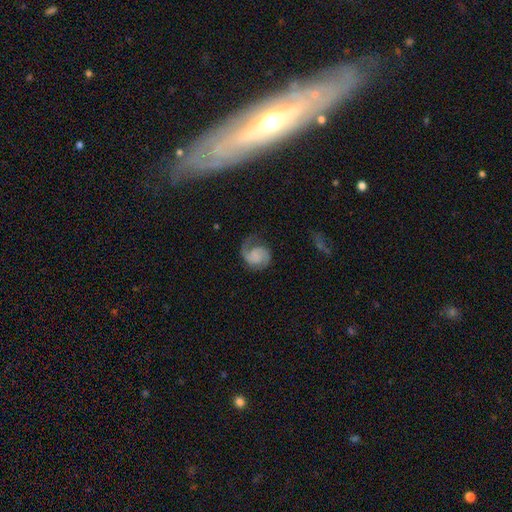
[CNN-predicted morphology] A featured or disk galaxy (82%) with no bar (64%), 2 (82%) medium (48%) spiral arms (97%) and no central bulge (63%).

Vote fractions:
- Smooth or featured? featured or disk: 82% / smooth: 12% / star or artifact: 6%
- Edge-on disk? no: 98% / yes: 2%
- Bar? no: 64% / weak: 30% / strong: 6%
- Spiral arms? yes: 97% / no: 3%
- Spiral winding? medium: 48% / tight: 31% / loose: 21%
- Spiral arm count? 2: 82% / 1: 12% / can't tell: 3% / 3: 1% / 4: 1% / more than 4: 1%
- Bulge size? none: 63% / small: 18% / moderate: 10% / large: 6% / dominant: 2%
- Merging? none: 68% / minor disturbance: 19% / major disturbance: 11% / merger: 2%